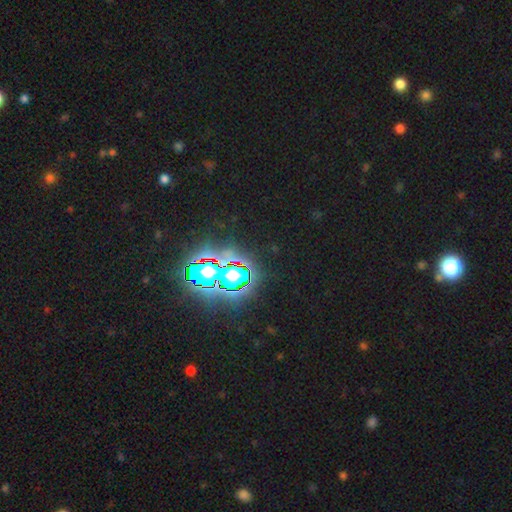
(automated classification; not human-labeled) This appears to be a star or artifact, not a galaxy (80%).